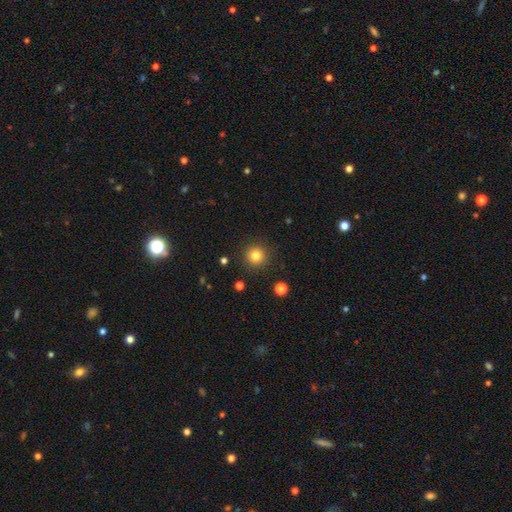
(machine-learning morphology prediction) smooth-or-featured: smooth: 81% | star or artifact: 12% | featured or disk: 6%
  how-rounded: round: 95% | in between: 4% | cigar-shaped: 1%
  merging: none: 91% | minor disturbance: 6% | major disturbance: 2% | merger: 1%